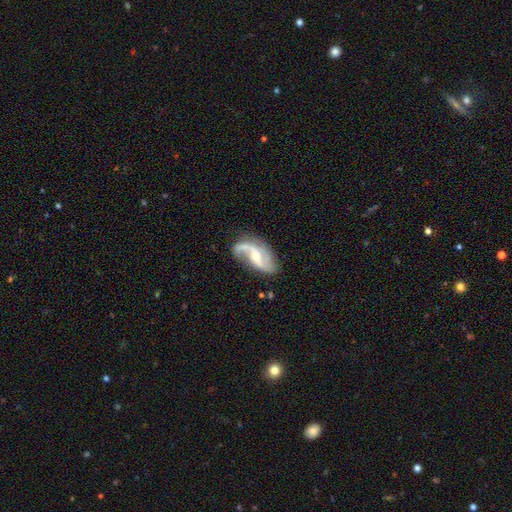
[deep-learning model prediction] Smooth or featured? featured or disk (87%)
Edge-on disk? no (96%)
Bar? weak (43%)
Spiral arms? yes (96%)
Spiral winding? loose (65%)
Spiral arm count? 2 (88%)
Bulge size? moderate (52%)
Merging? none (67%)